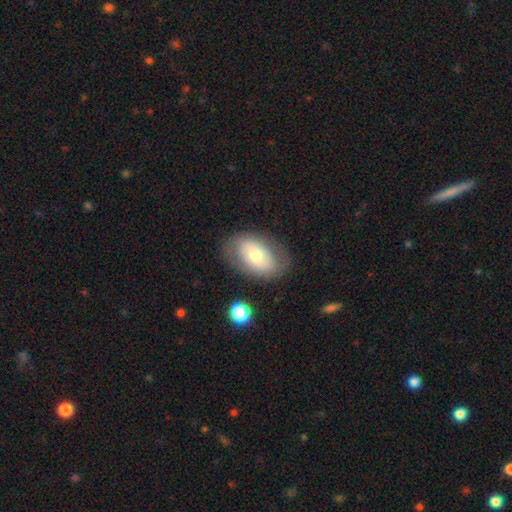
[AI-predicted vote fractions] Smooth or featured? smooth (57%)
How rounded? in between (90%)
Merging? none (76%)